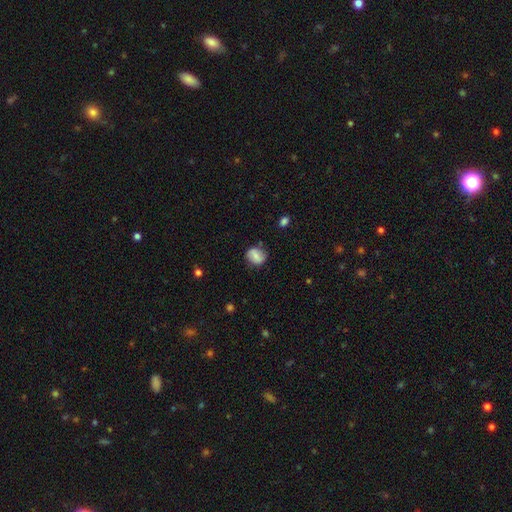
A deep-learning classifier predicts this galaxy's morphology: Smooth or featured? smooth (64%)
How rounded? round (65%)
Merging? none (74%)